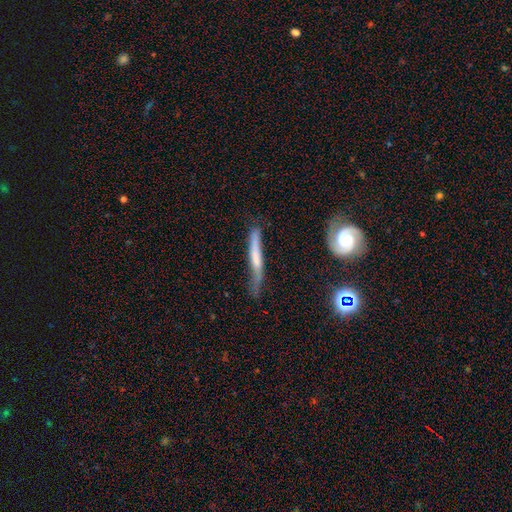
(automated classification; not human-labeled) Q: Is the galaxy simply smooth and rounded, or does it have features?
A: featured or disk — 53%.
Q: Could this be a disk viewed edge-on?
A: yes — 72%.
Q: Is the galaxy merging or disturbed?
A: none — 49%.